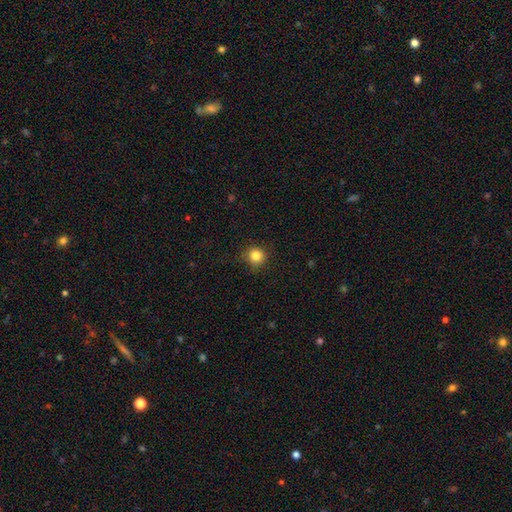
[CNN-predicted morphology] Smooth or featured: smooth — 83% (star or artifact — 12%)
How rounded: round — 93% (in between — 6%)
Merging: none — 87% (minor disturbance — 9%)